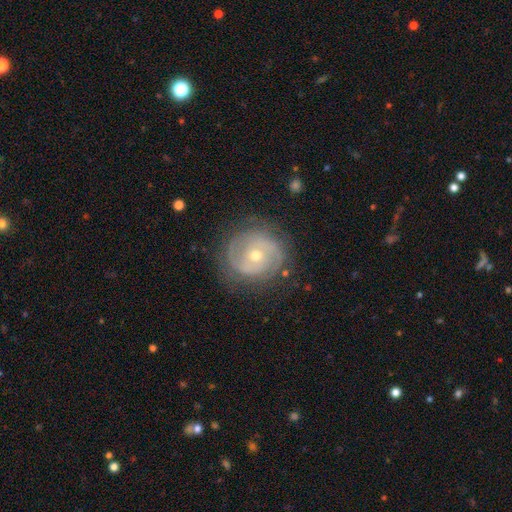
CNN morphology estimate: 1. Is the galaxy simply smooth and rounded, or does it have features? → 76% featured or disk, 17% smooth, 7% star or artifact.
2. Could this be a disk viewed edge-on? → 97% no, 3% yes.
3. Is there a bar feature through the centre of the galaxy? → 70% no, 23% weak, 6% strong.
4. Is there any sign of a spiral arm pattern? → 83% yes, 17% no.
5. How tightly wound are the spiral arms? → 59% tight, 30% medium, 11% loose.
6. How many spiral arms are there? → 47% 2, 28% can't tell, 12% 3, 6% 1, 4% 4, 3% more than 4.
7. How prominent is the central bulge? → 51% moderate, 46% small, 2% large, 1% none, 1% dominant.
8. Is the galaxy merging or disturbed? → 75% none, 17% minor disturbance, 7% major disturbance, 1% merger.